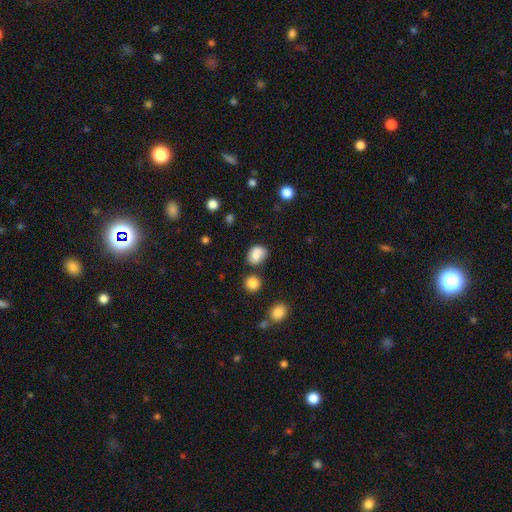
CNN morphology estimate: This appears to be a smooth galaxy with no disk features (79%) that is in between round and cigar-shaped (51%). Merging: none (59%).